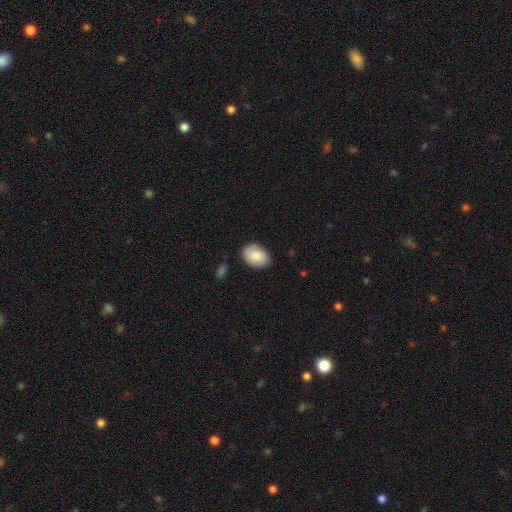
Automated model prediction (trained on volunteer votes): Smooth or featured? Predicted: smooth (p=0.83). How rounded? Predicted: in between (p=0.81). Merging? Predicted: none (p=0.81).